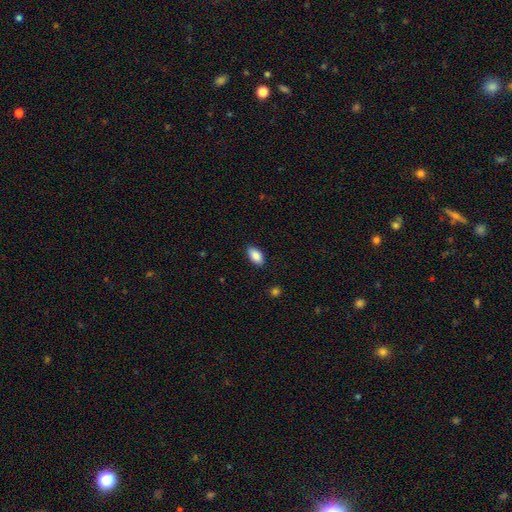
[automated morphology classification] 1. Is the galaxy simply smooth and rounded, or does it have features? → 88% smooth, 7% star or artifact, 5% featured or disk.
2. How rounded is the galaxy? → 93% in between, 4% cigar-shaped, 3% round.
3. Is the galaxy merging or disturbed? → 88% none, 9% minor disturbance, 2% major disturbance, 1% merger.